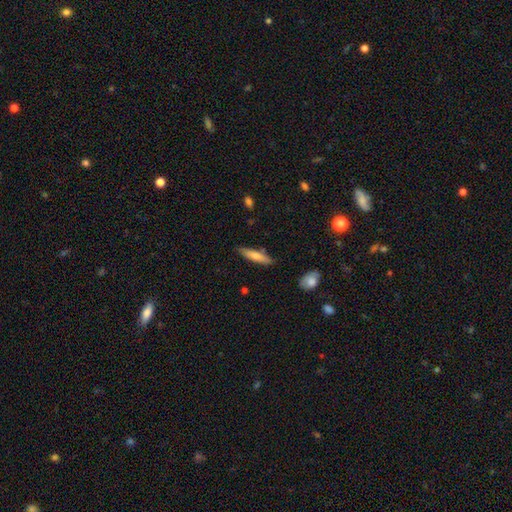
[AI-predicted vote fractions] This is likely a smooth galaxy (70%). How rounded: clearly cigar-shaped (81%). Merging: clearly none (82%).